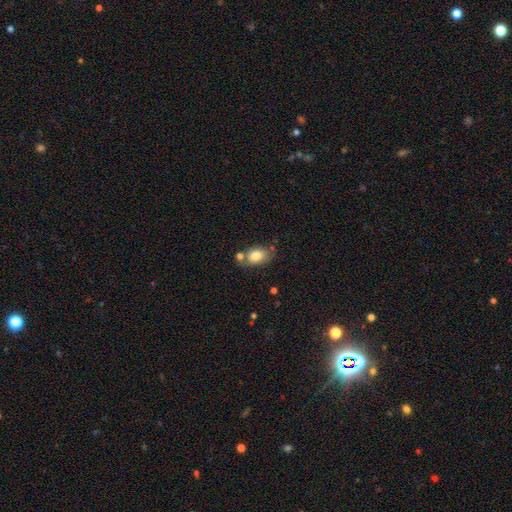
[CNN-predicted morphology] smooth_or_featured: smooth (p=0.80) [alt: featured or disk p=0.11]
how_rounded: in between (p=0.79) [alt: round p=0.20]
merging: none (p=0.61) [alt: merger p=0.18]